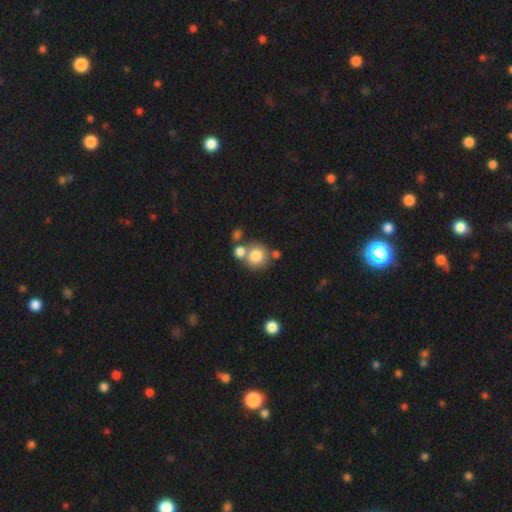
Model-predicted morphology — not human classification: Overall: smooth (78%). How rounded: round (86%). Merging: none (53%; merger 33%).